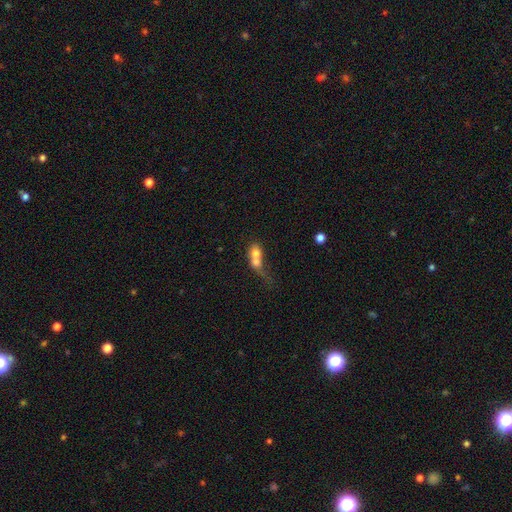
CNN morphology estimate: The model was most divided on "how rounded": round: 57%, in between: 39%, cigar-shaped: 4%. More confident: merging — merger (75%); smooth or featured — smooth (65%).